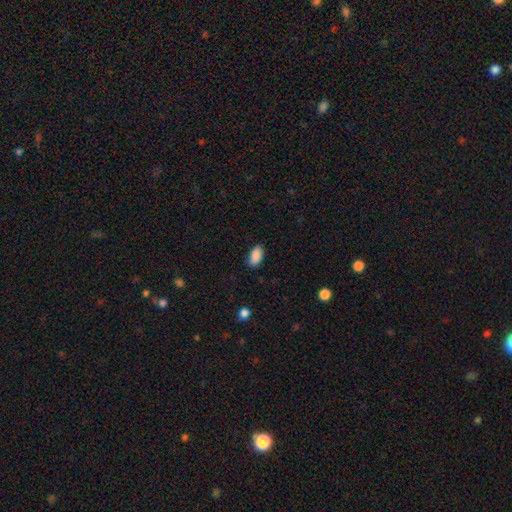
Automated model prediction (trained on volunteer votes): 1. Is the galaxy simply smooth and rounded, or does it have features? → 90% smooth, 7% star or artifact, 3% featured or disk.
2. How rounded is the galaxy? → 94% in between, 4% cigar-shaped, 3% round.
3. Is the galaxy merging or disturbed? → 86% none, 11% minor disturbance, 2% major disturbance, 1% merger.